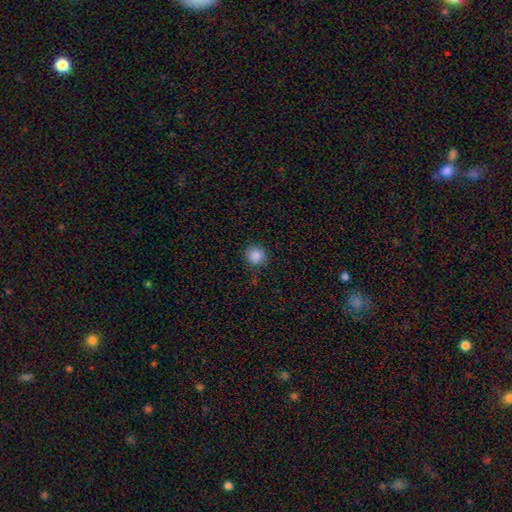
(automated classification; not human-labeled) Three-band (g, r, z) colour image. It shows a smooth galaxy with no disk features (87%) that is round (92%). Merging: none (89%).